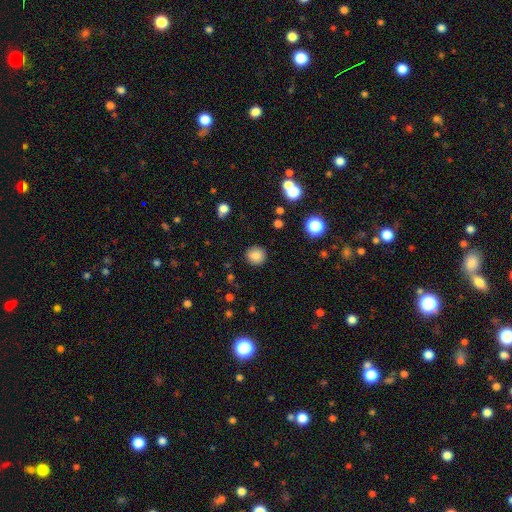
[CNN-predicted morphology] A smooth galaxy with no disk features (84%) that is round (91%). Merging: none (88%).